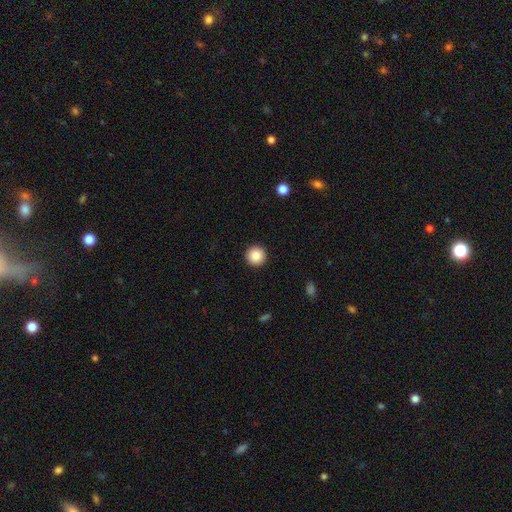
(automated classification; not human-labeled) Smooth or featured? Predicted: smooth (p=0.87). How rounded? Predicted: round (p=0.96). Merging? Predicted: none (p=0.93).